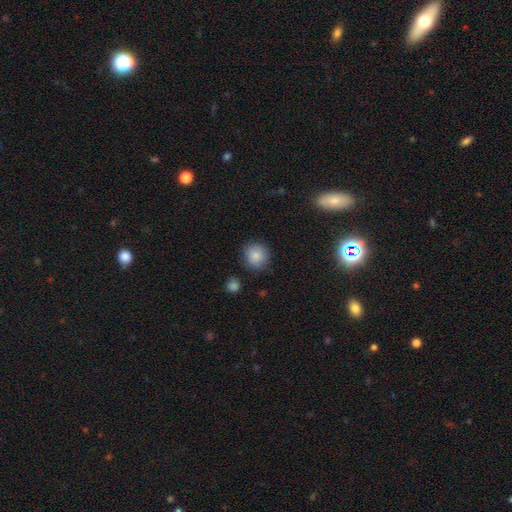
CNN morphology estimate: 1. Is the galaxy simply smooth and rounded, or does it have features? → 85% smooth, 9% star or artifact, 6% featured or disk.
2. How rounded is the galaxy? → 90% round, 9% in between, 1% cigar-shaped.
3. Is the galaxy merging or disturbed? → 83% none, 12% minor disturbance, 3% major disturbance, 2% merger.